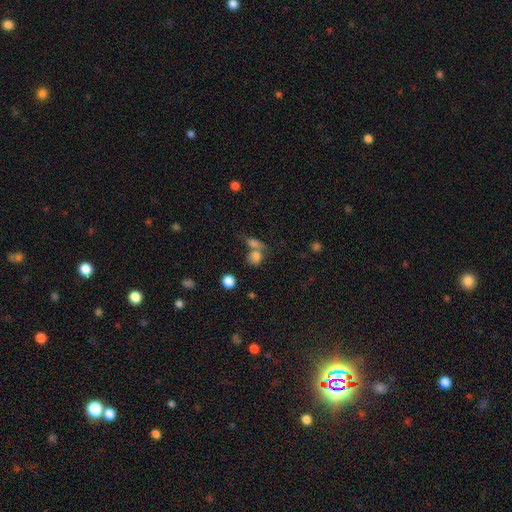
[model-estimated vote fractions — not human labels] This appears to be a smooth galaxy with no disk features (75%) that is in between round and cigar-shaped (50%). Merging: merger (47%).